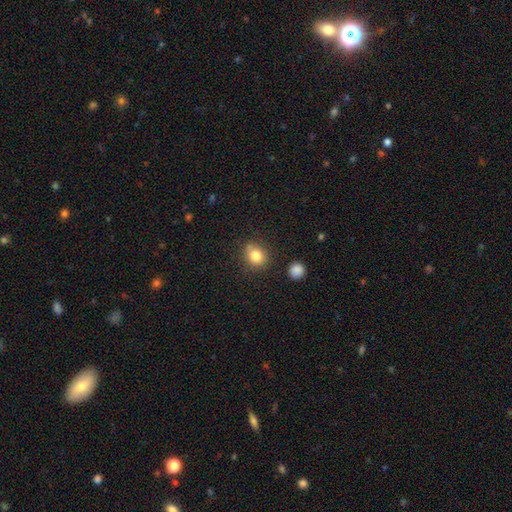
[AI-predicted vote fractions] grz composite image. It shows a smooth galaxy with no disk features (82%) that is round (71%). Merging: none (79%).